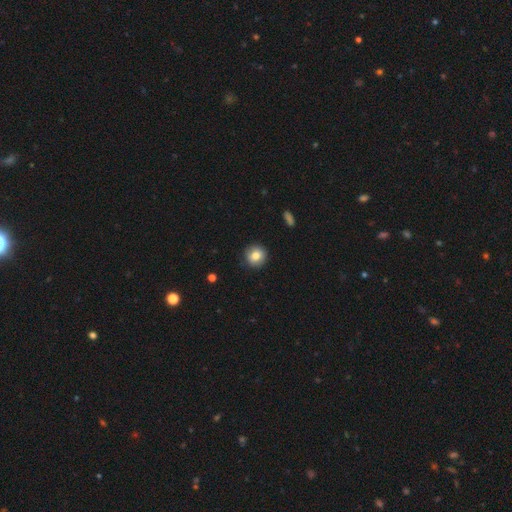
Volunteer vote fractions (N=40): Smooth or featured? 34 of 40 (85%) said smooth. How rounded? 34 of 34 (100%) said round. Merging? 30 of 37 (81%) said none.